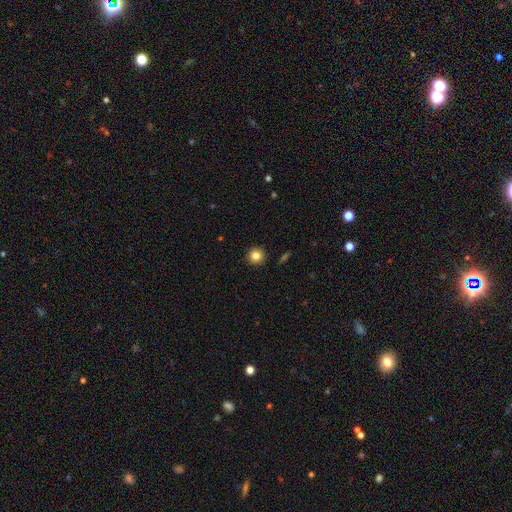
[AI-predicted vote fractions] smooth 83%, star or artifact 11%, featured or disk 6%. Down the decision tree: how rounded — round (94%); merging — none (93%).